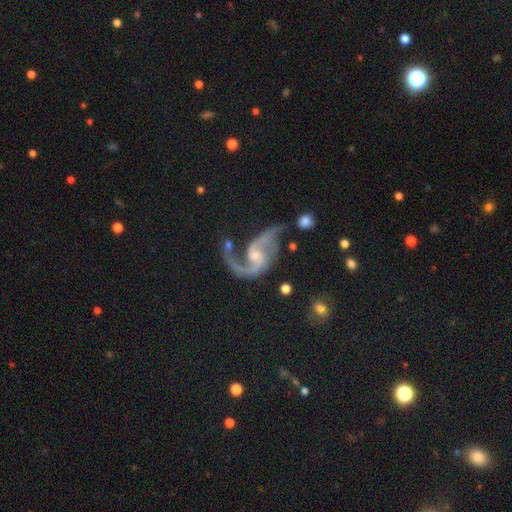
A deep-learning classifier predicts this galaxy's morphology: Smooth or featured: featured or disk — 91% (star or artifact — 5%)
Edge-on disk: no — 98% (yes — 2%)
Bar: no — 50% (weak — 40%)
Spiral arms: yes — 98% (no — 2%)
Spiral winding: loose — 52% (medium — 40%)
Spiral arm count: 2 — 90% (1 — 4%)
Bulge size: small — 52% (moderate — 34%)
Merging: none — 51% (major disturbance — 21%)